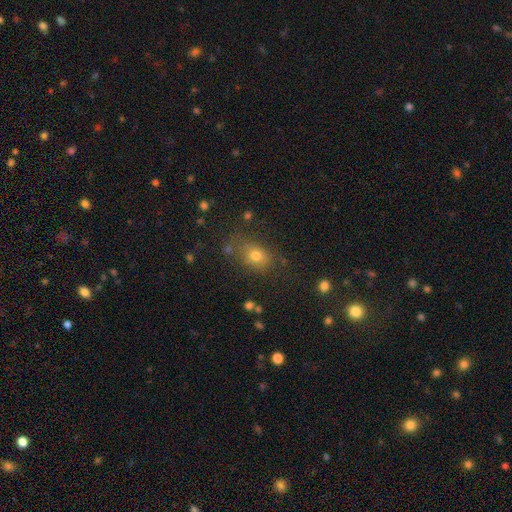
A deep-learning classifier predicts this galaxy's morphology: This appears to be a smooth galaxy with no disk features (74%) that is in between round and cigar-shaped (64%). Merging: none (70%).